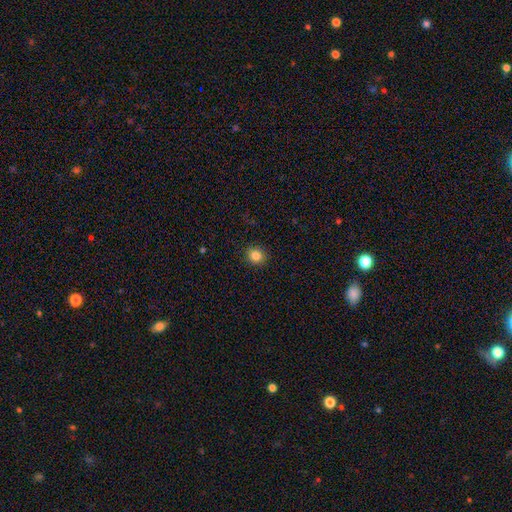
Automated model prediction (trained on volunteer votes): smooth-or-featured: smooth: 83% | star or artifact: 12% | featured or disk: 5%
  how-rounded: round: 88% | in between: 11% | cigar-shaped: 1%
  merging: none: 92% | minor disturbance: 6% | major disturbance: 2% | merger: 1%